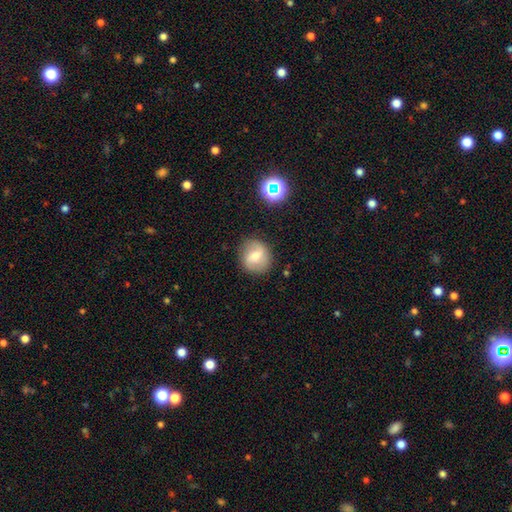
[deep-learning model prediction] Smooth or featured? smooth (55%)
How rounded? round (81%)
Merging? none (82%)